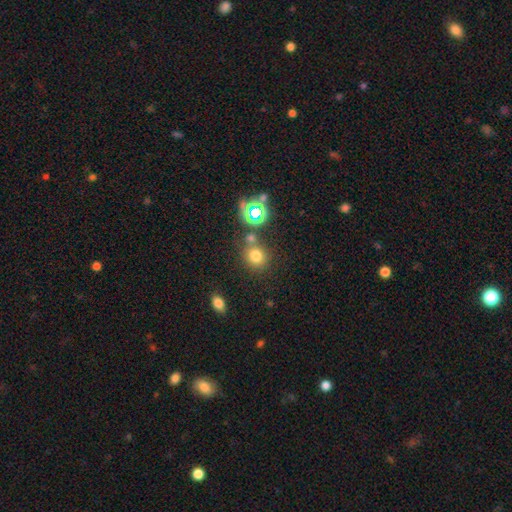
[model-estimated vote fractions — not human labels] A smooth galaxy with no disk features (71%) that is round (81%). Merging: none (69%).